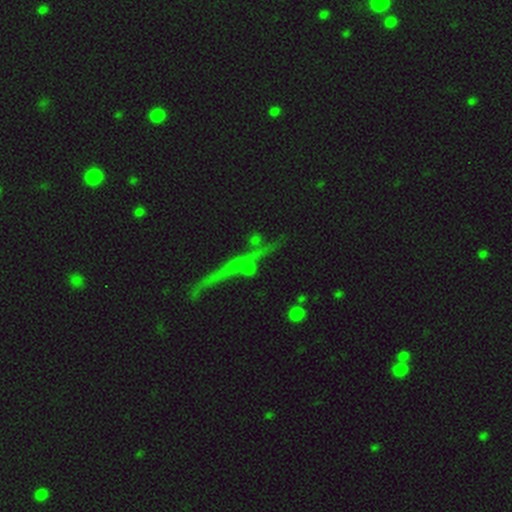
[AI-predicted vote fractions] Q: Smooth or featured?
A: featured or disk (42%); runner-up: star or artifact (37%)
Q: Merging?
A: none (68%); runner-up: minor disturbance (12%)